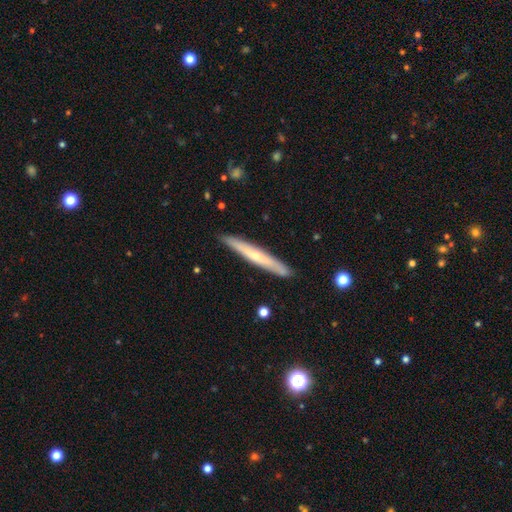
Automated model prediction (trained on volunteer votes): A featured or disk galaxy (51%) viewed edge-on (93%).

Vote fractions:
- Smooth or featured? featured or disk: 51% / smooth: 44% / star or artifact: 5%
- Edge-on disk? yes: 93% / no: 7%
- Merging? none: 90% / minor disturbance: 7% / major disturbance: 1% / merger: 1%